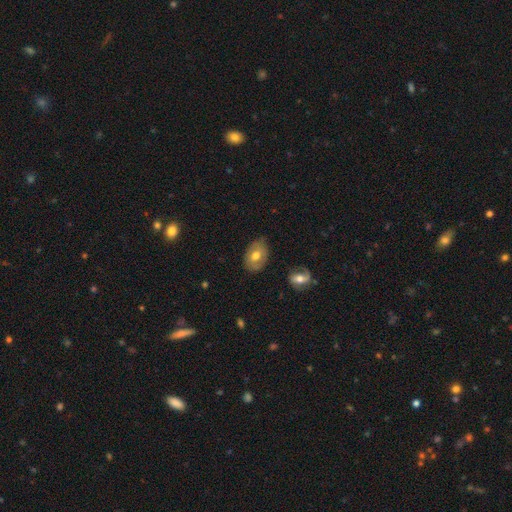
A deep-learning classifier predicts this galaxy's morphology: Smooth or featured? Predicted: smooth (p=0.62). How rounded? Predicted: in between (p=0.82). Merging? Predicted: none (p=0.77).